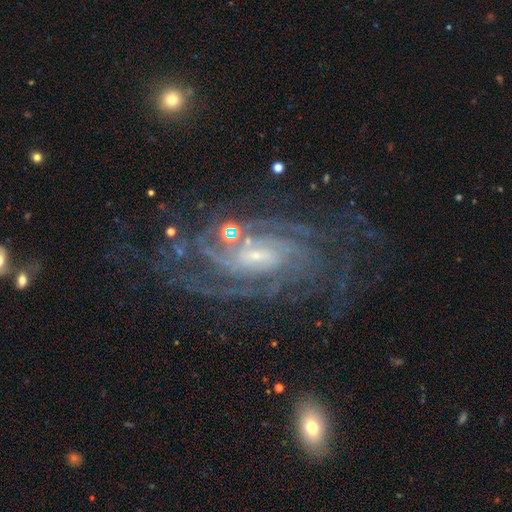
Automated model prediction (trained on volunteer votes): A featured or disk galaxy (90%) with a weak bar (43%), can't tell (22%, tied with 4) tight (65%) spiral arms (98%) and a small central bulge (68%).

Vote fractions:
- Smooth or featured? featured or disk: 90% / star or artifact: 6% / smooth: 4%
- Edge-on disk? no: 96% / yes: 4%
- Bar? weak: 43% / no: 35% / strong: 22%
- Spiral arms? yes: 98% / no: 2%
- Spiral winding? tight: 65% / medium: 30% / loose: 5%
- Spiral arm count? can't tell: 22% (tied) / 4: 22% (tied) / 3: 19% / 2: 18% / more than 4: 12% / 1: 8%
- Bulge size? small: 68% / moderate: 22% / none: 7% / large: 3% / dominant: 1%
- Merging? none: 67% / minor disturbance: 17% / major disturbance: 12% / merger: 5%